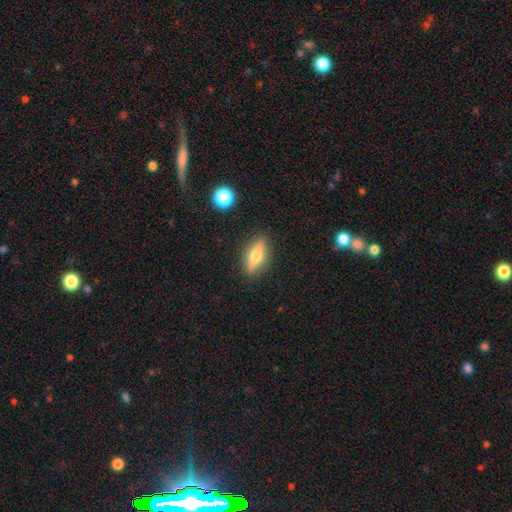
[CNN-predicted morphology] Smooth or featured?
  - featured or disk: 49% *
  - smooth: 43%
  - star or artifact: 8%
Merging?
  - none: 88% *
  - minor disturbance: 9%
  - major disturbance: 2%
  - merger: 1%